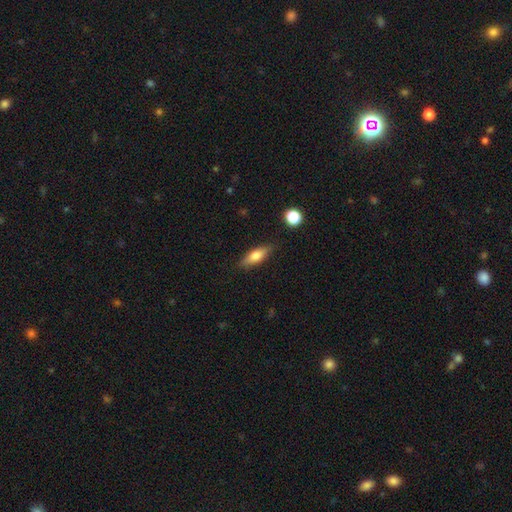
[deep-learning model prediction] Smooth or featured? Predicted: smooth (p=0.69). How rounded? Predicted: in between (p=0.58). Merging? Predicted: none (p=0.83).